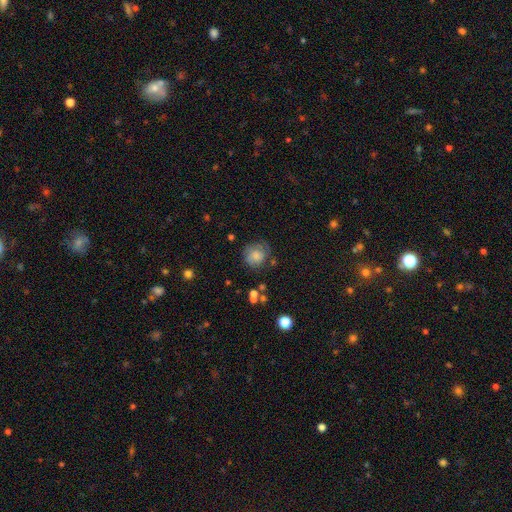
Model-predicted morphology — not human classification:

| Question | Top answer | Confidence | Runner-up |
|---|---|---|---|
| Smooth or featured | smooth | 64% | featured or disk (27%) |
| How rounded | round | 84% | in between (15%) |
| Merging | none | 64% | minor disturbance (23%) |